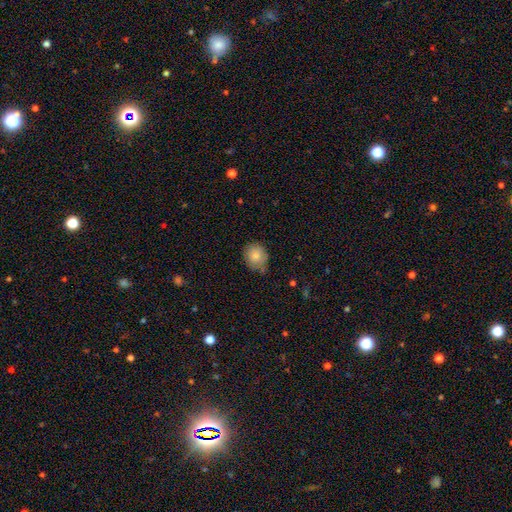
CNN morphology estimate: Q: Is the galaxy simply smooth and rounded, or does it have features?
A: smooth — 83%.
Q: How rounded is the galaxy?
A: round — 71%.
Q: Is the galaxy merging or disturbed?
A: none — 67%.